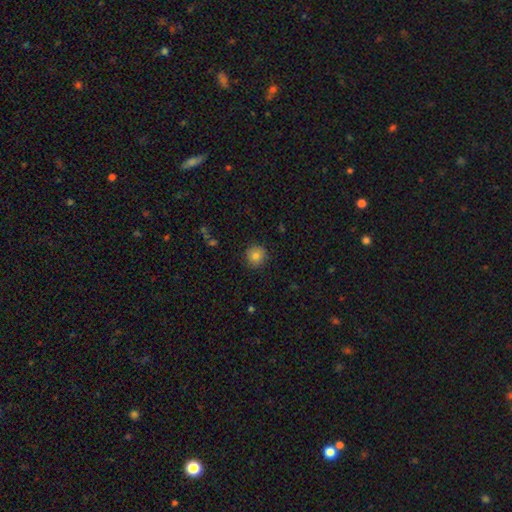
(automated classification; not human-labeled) smooth-or-featured: smooth: 82% | star or artifact: 10% | featured or disk: 7%
  how-rounded: round: 92% | in between: 7% | cigar-shaped: 1%
  merging: none: 87% | minor disturbance: 9% | major disturbance: 2% | merger: 1%